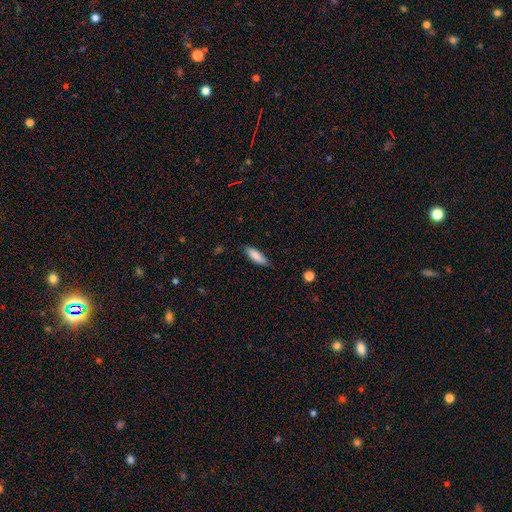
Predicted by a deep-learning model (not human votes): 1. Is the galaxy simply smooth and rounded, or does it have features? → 85% smooth, 9% featured or disk, 6% star or artifact.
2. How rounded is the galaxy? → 53% in between, 45% cigar-shaped, 2% round.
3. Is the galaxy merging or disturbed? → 84% none, 13% minor disturbance, 2% major disturbance, 1% merger.